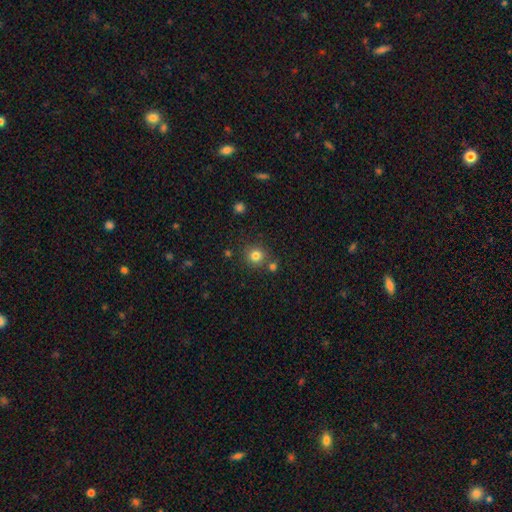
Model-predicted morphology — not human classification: Smooth or featured? Predicted: smooth (p=0.80). How rounded? Predicted: round (p=0.90). Merging? Predicted: none (p=0.76).